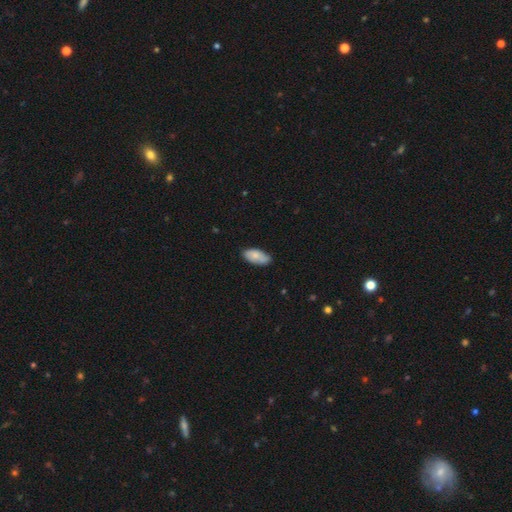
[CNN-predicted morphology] A smooth galaxy with no disk features (78%) that is in between round and cigar-shaped (92%).

Vote fractions:
- Smooth or featured? smooth: 78% / featured or disk: 16% / star or artifact: 6%
- How rounded? in between: 92% / cigar-shaped: 6% / round: 2%
- Merging? none: 77% / minor disturbance: 19% / major disturbance: 3% / merger: 1%